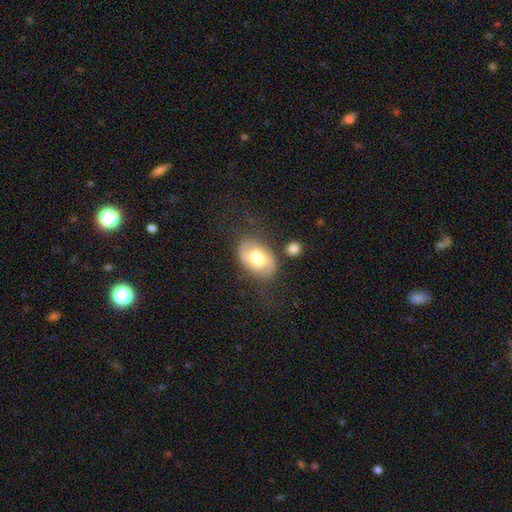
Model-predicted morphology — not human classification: type=smooth (53%); roundness=in between (88%); merging=none (68%).